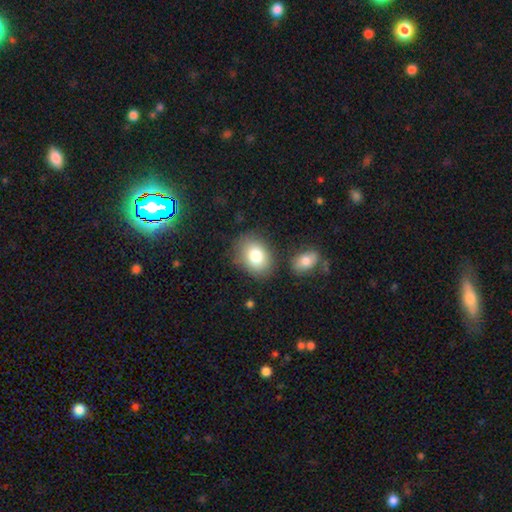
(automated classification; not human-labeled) This is clearly a smooth galaxy (81%). How rounded: likely in between (60%). Merging: likely none (77%).